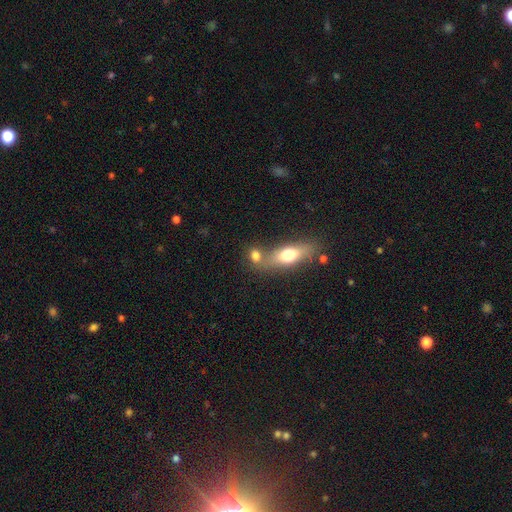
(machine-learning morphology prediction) Smooth or featured? smooth (75%)
How rounded? in between (48%)
Merging? none (48%)